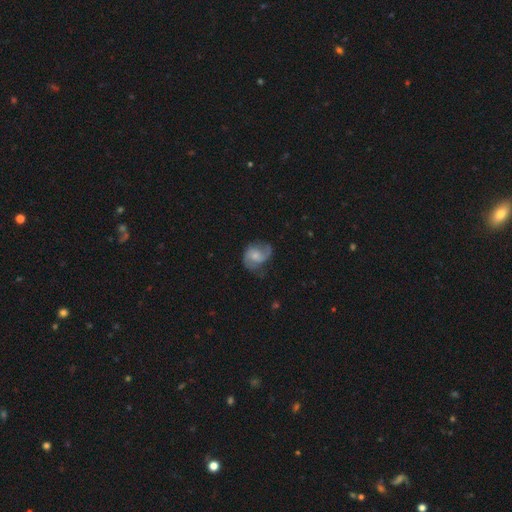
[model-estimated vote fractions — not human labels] Smooth or featured?
  - featured or disk: 70% *
  - smooth: 23%
  - star or artifact: 7%
Edge-on disk?
  - no: 98% *
  - yes: 2%
Bar?
  - no: 57% *
  - weak: 37%
  - strong: 6%
Spiral arms?
  - yes: 93% *
  - no: 7%
Spiral winding?
  - medium: 48% *
  - loose: 34%
  - tight: 18%
Spiral arm count?
  - 2: 83% *
  - 1: 7%
  - can't tell: 7%
  - 3: 2%
  - 4: 1%
  - more than 4: 1%
Bulge size?
  - moderate: 37% *
  - small: 36%
  - none: 17%
  - large: 8%
  - dominant: 2%
Merging?
  - none: 60% *
  - minor disturbance: 25%
  - major disturbance: 14%
  - merger: 2%